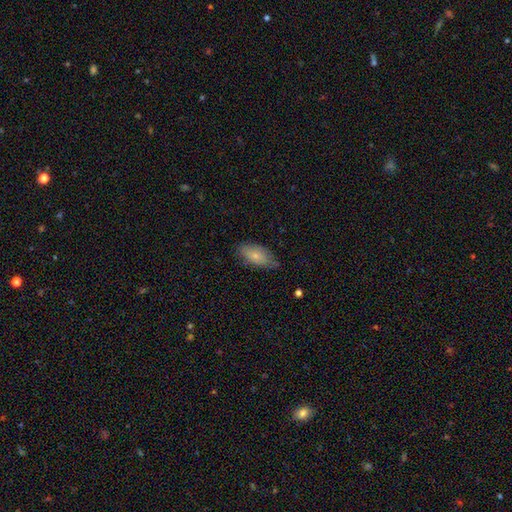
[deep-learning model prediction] A smooth galaxy with no disk features (74%) that is in between round and cigar-shaped (91%). Merging: none (64%).